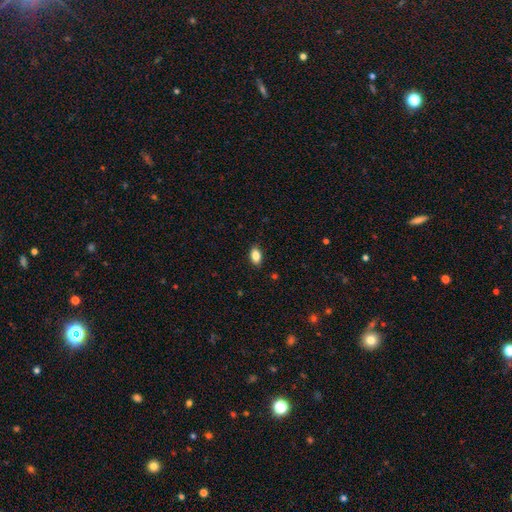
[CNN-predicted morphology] A smooth galaxy with no disk features (86%) that is in between round and cigar-shaped (90%).

Vote fractions:
- Smooth or featured? smooth: 86% / star or artifact: 8% / featured or disk: 6%
- How rounded? in between: 90% / round: 6% / cigar-shaped: 3%
- Merging? none: 88% / minor disturbance: 9% / major disturbance: 2% / merger: 1%